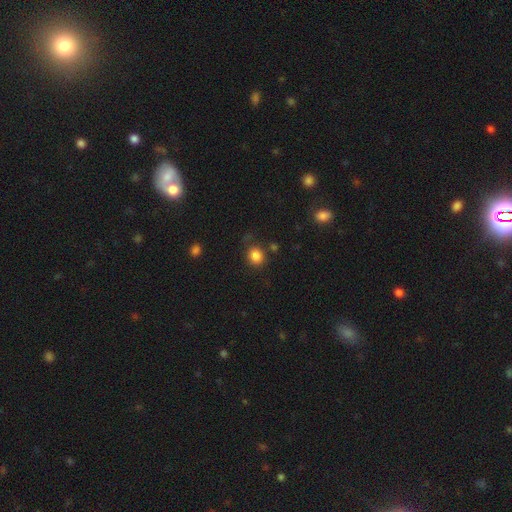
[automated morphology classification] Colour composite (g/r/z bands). It shows a smooth galaxy with no disk features (84%) that is round (77%). Merging: none (79%).